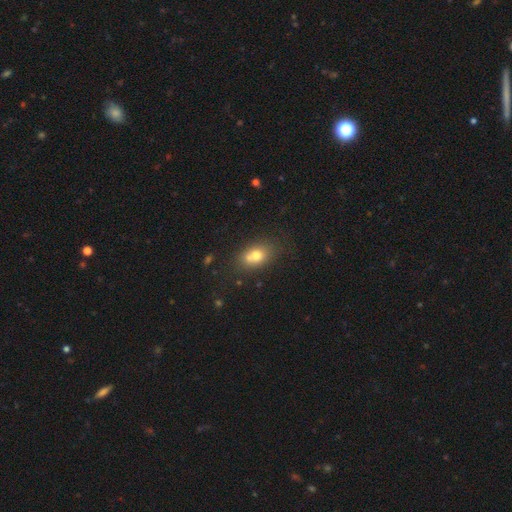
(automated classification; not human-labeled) Q: Smooth or featured?
A: smooth (71%); runner-up: featured or disk (18%)
Q: How rounded?
A: in between (70%); runner-up: round (29%)
Q: Merging?
A: none (50%); runner-up: merger (31%)